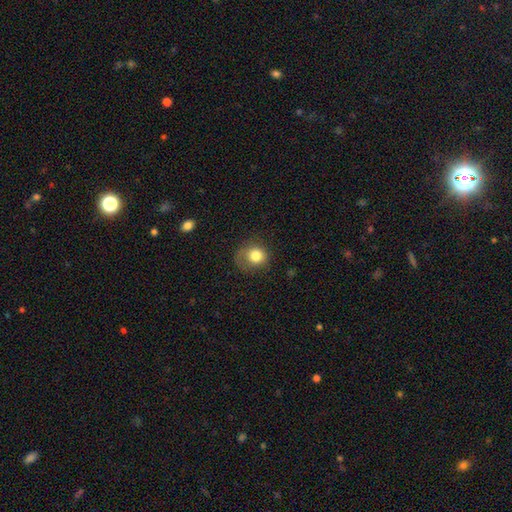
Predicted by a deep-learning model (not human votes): Smooth or featured? smooth (80%)
How rounded? round (79%)
Merging? none (55%)